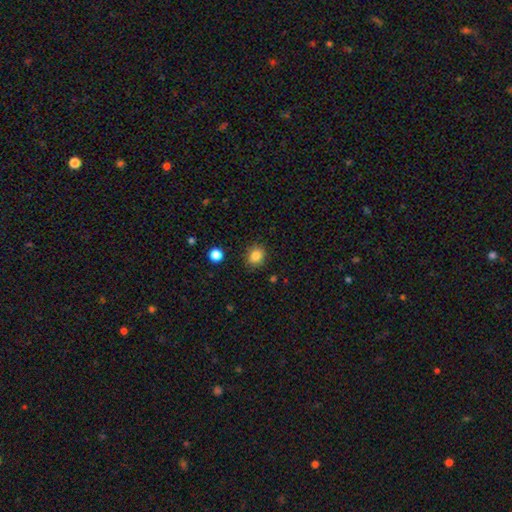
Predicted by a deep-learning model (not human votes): Smooth or featured?
  - smooth: 84% *
  - star or artifact: 11%
  - featured or disk: 5%
How rounded?
  - round: 73% *
  - in between: 26%
  - cigar-shaped: 1%
Merging?
  - none: 88% *
  - minor disturbance: 8%
  - major disturbance: 2%
  - merger: 2%